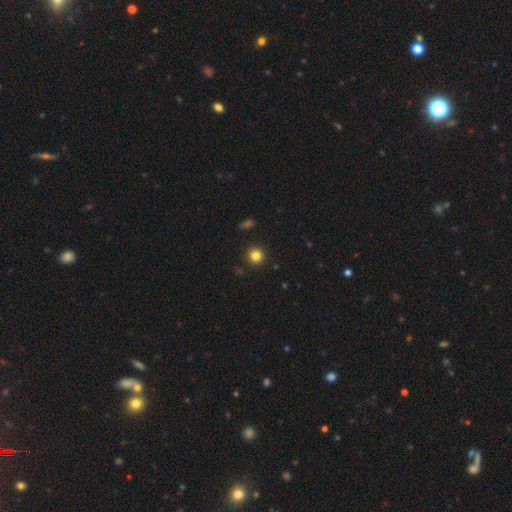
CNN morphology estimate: Q: Smooth or featured?
A: smooth (83%); runner-up: star or artifact (12%)
Q: How rounded?
A: round (94%); runner-up: in between (5%)
Q: Merging?
A: none (92%); runner-up: minor disturbance (5%)